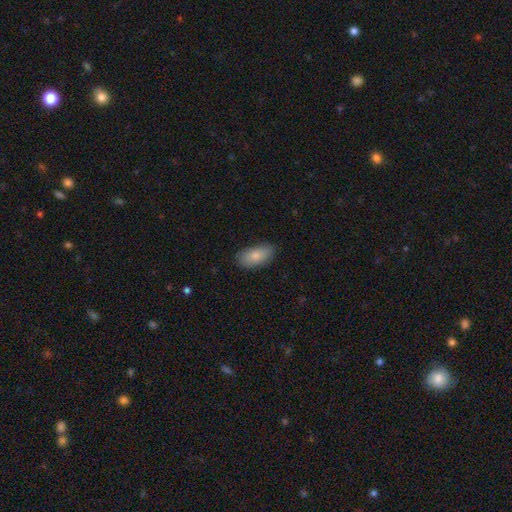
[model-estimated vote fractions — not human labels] Smooth or featured? smooth (83%)
How rounded? in between (92%)
Merging? none (82%)